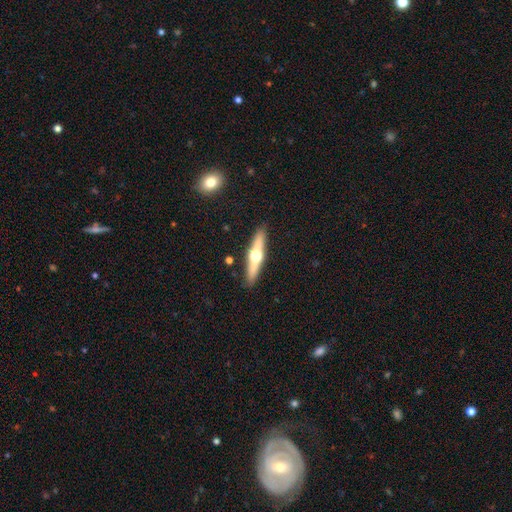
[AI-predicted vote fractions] Overall: featured or disk (63%; smooth 31%). Edge-on disk: yes (95%). Edge-on bulge: rounded (96%). Merging: none (89%).